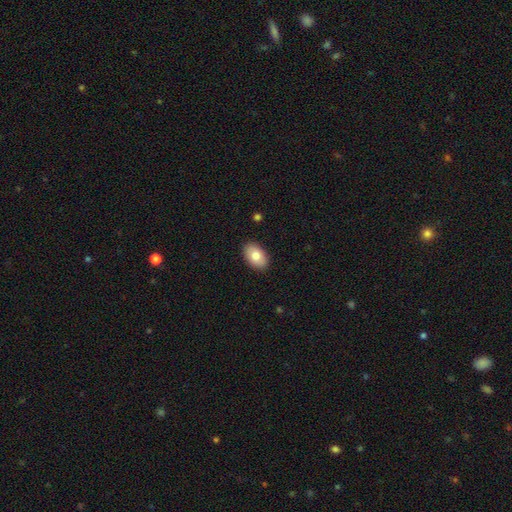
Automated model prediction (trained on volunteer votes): The model was most divided on "smooth or featured": smooth: 81%, featured or disk: 13%, star or artifact: 6%. More confident: how rounded — in between (91%); merging — none (89%).